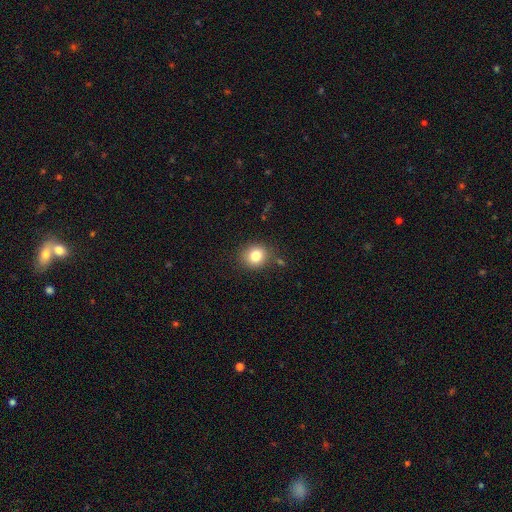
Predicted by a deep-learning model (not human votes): A smooth galaxy with no disk features (82%) that is round (80%).

Vote fractions:
- Smooth or featured? smooth: 82% / star or artifact: 11% / featured or disk: 8%
- How rounded? round: 80% / in between: 19% / cigar-shaped: 1%
- Merging? none: 84% / minor disturbance: 10% / major disturbance: 3% / merger: 3%